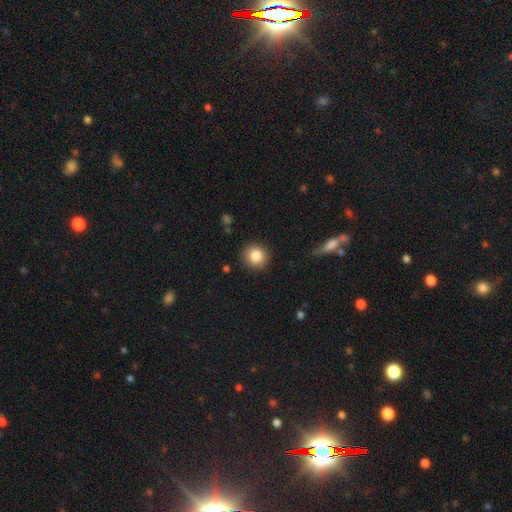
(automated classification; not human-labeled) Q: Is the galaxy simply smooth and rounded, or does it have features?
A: smooth — 85%.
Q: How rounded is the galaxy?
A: round — 92%.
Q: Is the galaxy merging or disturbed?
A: none — 90%.